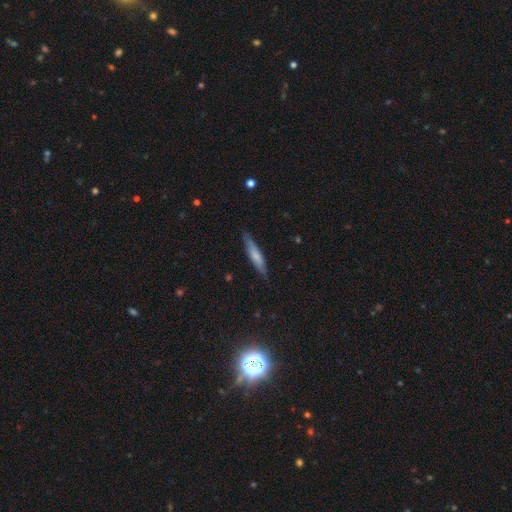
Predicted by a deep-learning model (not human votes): Overall: smooth (62%; featured or disk 33%). How rounded: cigar-shaped (84%). Merging: none (80%).